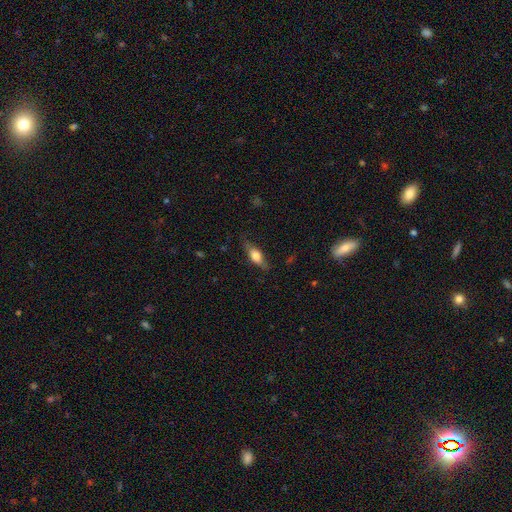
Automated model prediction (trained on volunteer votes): This appears to be a smooth galaxy with no disk features (61%) that is in between round and cigar-shaped (66%). Merging: none (73%).